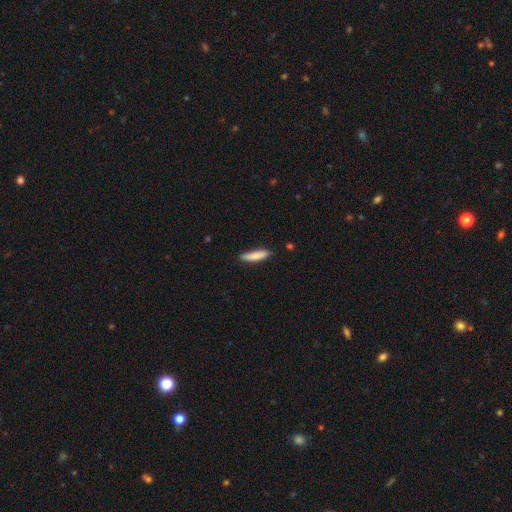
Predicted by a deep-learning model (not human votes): Smooth or featured?
  - smooth: 85% *
  - featured or disk: 9%
  - star or artifact: 6%
How rounded?
  - cigar-shaped: 74% *
  - in between: 25%
  - round: 1%
Merging?
  - none: 84% *
  - minor disturbance: 13%
  - major disturbance: 2%
  - merger: 1%